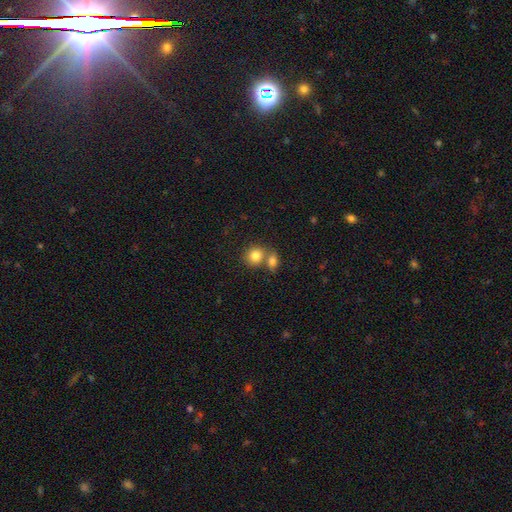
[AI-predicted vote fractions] Smooth or featured: smooth — 82% (star or artifact — 9%)
How rounded: round — 73% (in between — 26%)
Merging: merger — 45% (none — 43%)